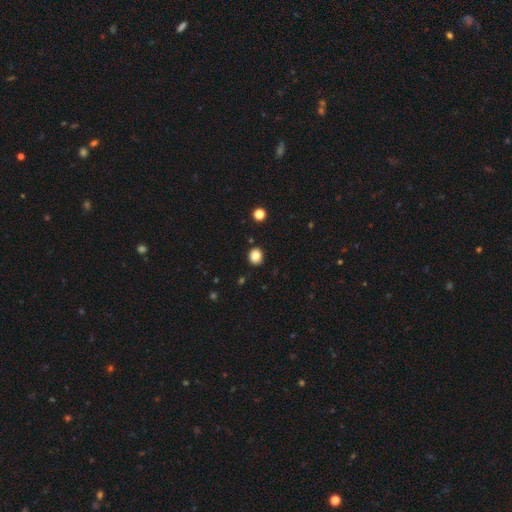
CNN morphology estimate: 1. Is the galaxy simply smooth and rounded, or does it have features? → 84% smooth, 11% star or artifact, 5% featured or disk.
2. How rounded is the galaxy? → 72% round, 27% in between, 1% cigar-shaped.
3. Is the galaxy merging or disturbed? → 89% none, 7% minor disturbance, 2% merger, 2% major disturbance.